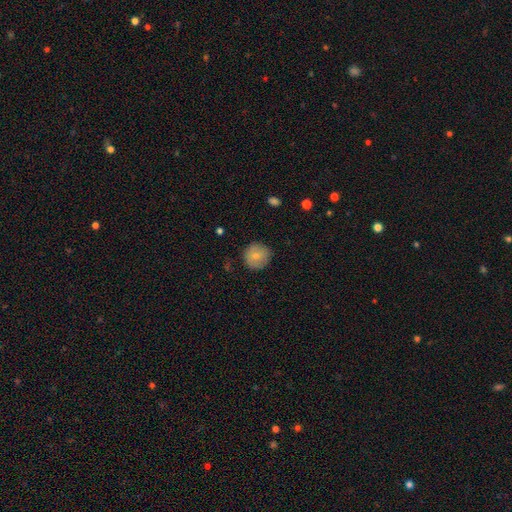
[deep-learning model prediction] Smooth or featured? smooth (80%)
How rounded? round (92%)
Merging? none (84%)